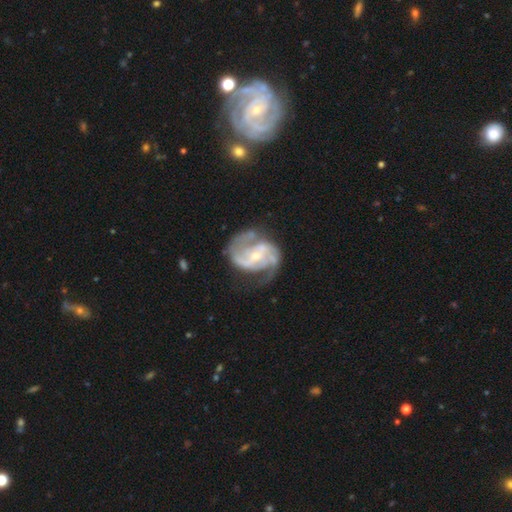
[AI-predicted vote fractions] Q: Smooth or featured?
A: featured or disk (90%); runner-up: star or artifact (5%)
Q: Edge-on disk?
A: no (98%); runner-up: yes (2%)
Q: Bar?
A: weak (42%); runner-up: no (33%)
Q: Spiral arms?
A: yes (97%); runner-up: no (3%)
Q: Spiral winding?
A: medium (55%); runner-up: loose (23%)
Q: Spiral arm count?
A: 2 (78%); runner-up: 3 (9%)
Q: Bulge size?
A: small (60%); runner-up: moderate (36%)
Q: Merging?
A: none (60%); runner-up: minor disturbance (21%)